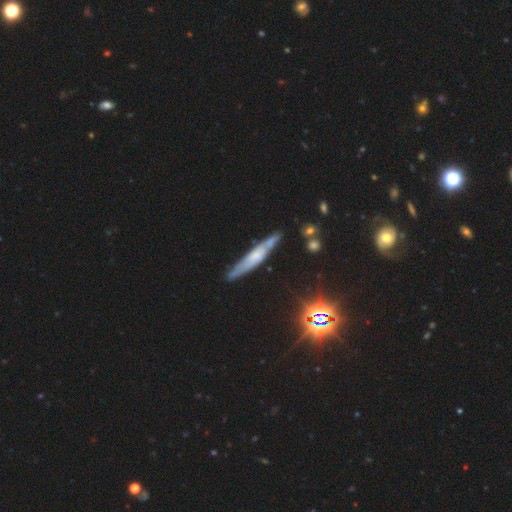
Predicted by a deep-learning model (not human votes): Smooth or featured? Predicted: featured or disk (p=0.57). Edge-on disk? Predicted: yes (p=0.80). Merging? Predicted: none (p=0.77).